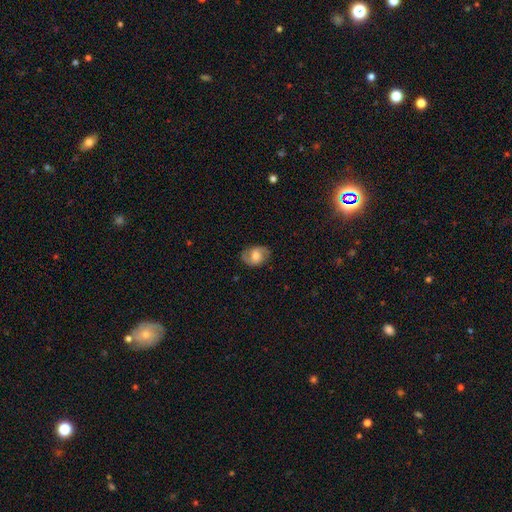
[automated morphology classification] featured or disk 52%, smooth 40%, star or artifact 8%. Down the decision tree: edge-on disk — no (96%); merging — none (79%).